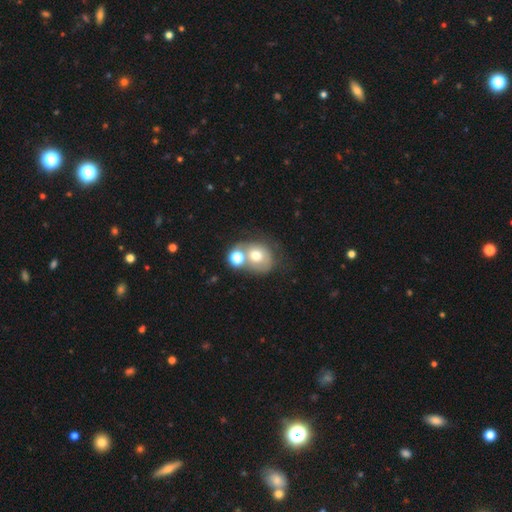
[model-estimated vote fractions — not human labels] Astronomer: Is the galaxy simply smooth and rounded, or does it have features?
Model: smooth — 63%.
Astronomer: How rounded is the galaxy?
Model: round — 67%.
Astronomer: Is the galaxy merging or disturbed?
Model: merger — 43% (runner-up: none, 34%).